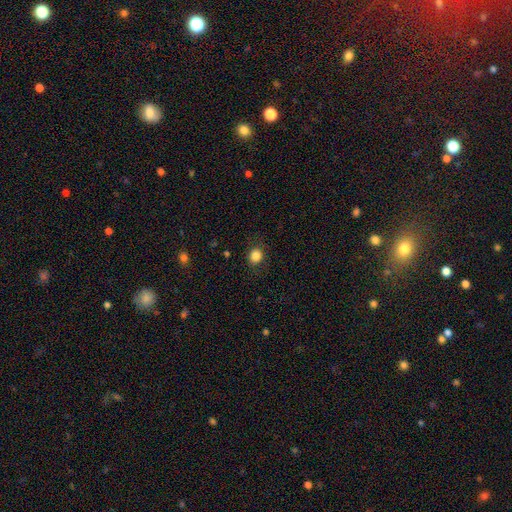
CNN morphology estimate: Overall: smooth (85%). How rounded: round (79%). Merging: none (86%).